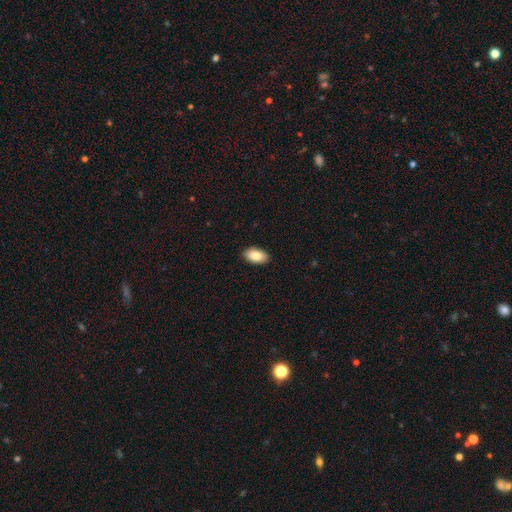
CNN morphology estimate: Smooth or featured?
  - smooth: 85% *
  - featured or disk: 8%
  - star or artifact: 7%
How rounded?
  - in between: 94% *
  - round: 4%
  - cigar-shaped: 2%
Merging?
  - none: 90% *
  - minor disturbance: 8%
  - major disturbance: 2%
  - merger: 1%